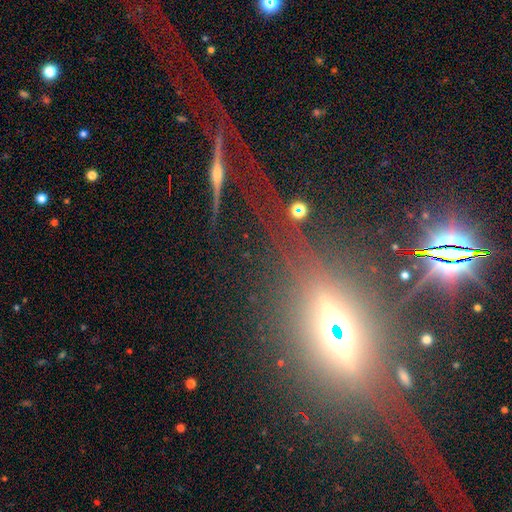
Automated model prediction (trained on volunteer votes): Overall: featured or disk (47%; star or artifact 36%). Merging: none (60%).